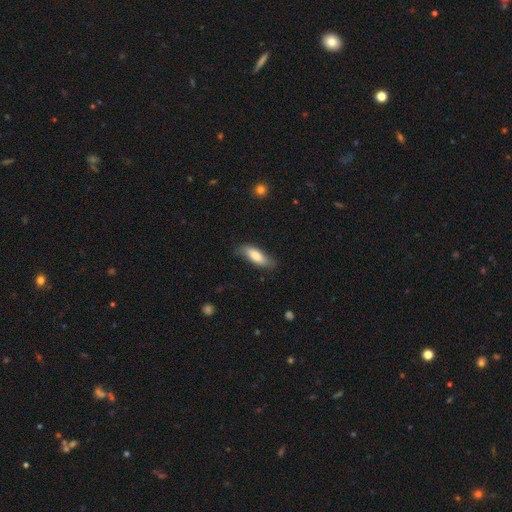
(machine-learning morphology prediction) smooth-or-featured: smooth: 75% | featured or disk: 19% | star or artifact: 6%
  how-rounded: in between: 59% | cigar-shaped: 39% | round: 2%
  merging: none: 74% | minor disturbance: 20% | major disturbance: 4% | merger: 1%